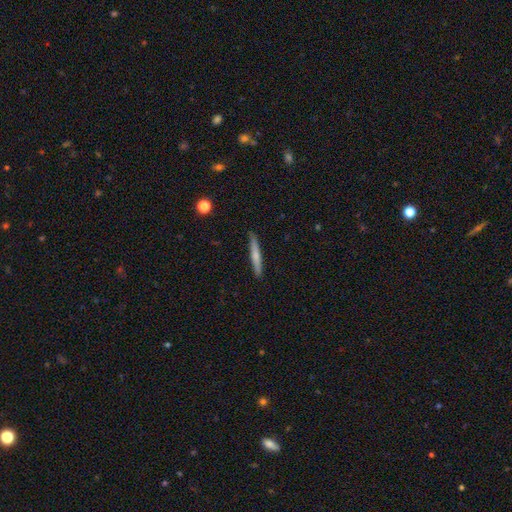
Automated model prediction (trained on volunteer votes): smooth 62%, featured or disk 32%, star or artifact 6%. Down the decision tree: how rounded — cigar-shaped (95%); merging — none (88%).